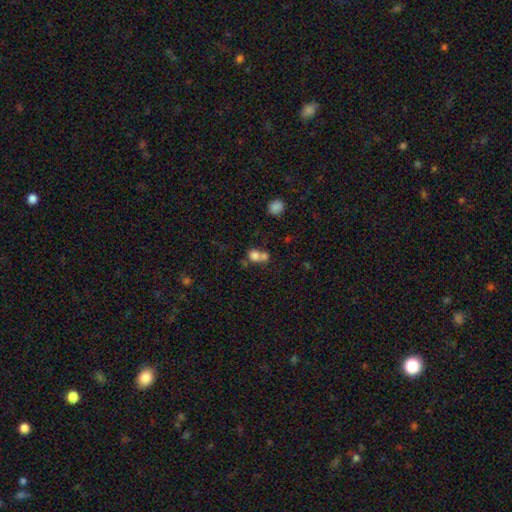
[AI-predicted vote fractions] The model was most divided on "how rounded": round: 62%, in between: 36%, cigar-shaped: 1%. More confident: smooth or featured — smooth (75%); merging — merger (60%).